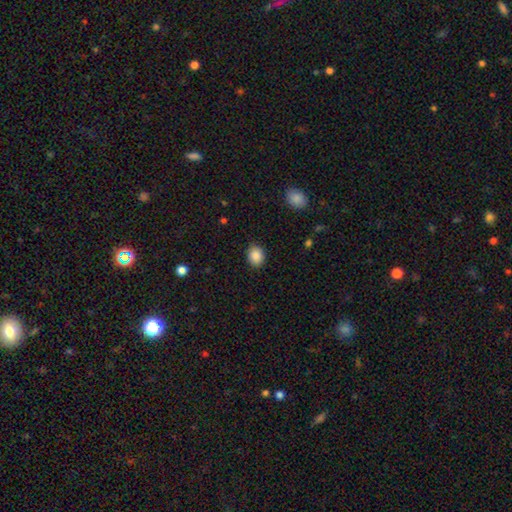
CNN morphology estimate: Smooth or featured?
  - smooth: 89% *
  - star or artifact: 8%
  - featured or disk: 3%
How rounded?
  - in between: 52% *
  - round: 47%
  - cigar-shaped: 1%
Merging?
  - none: 88% *
  - minor disturbance: 9%
  - major disturbance: 2%
  - merger: 1%